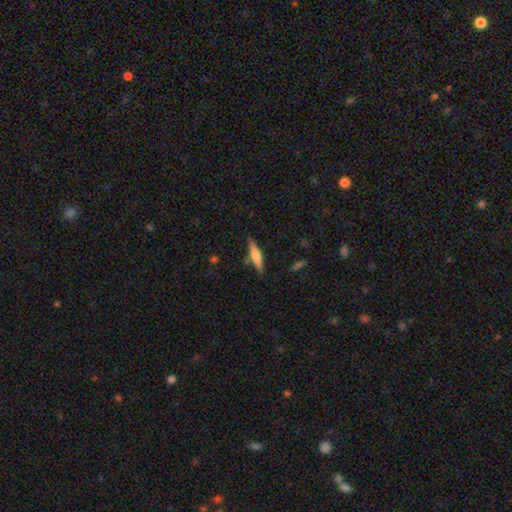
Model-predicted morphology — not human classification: smooth_or_featured: featured or disk (p=0.48) [alt: smooth p=0.45]
merging: none (p=0.82) [alt: minor disturbance p=0.11]